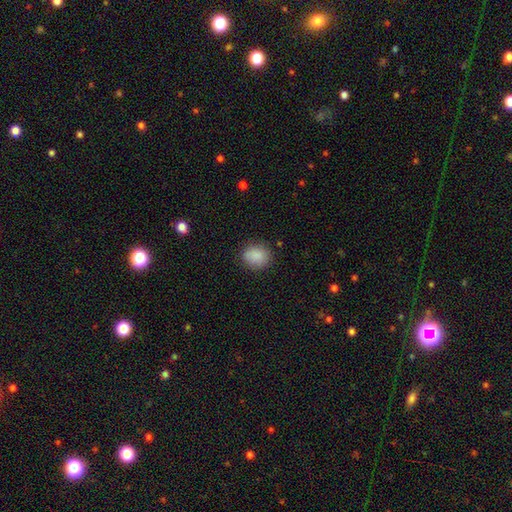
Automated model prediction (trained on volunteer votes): Smooth or featured?
  - smooth: 87% *
  - star or artifact: 9%
  - featured or disk: 4%
How rounded?
  - round: 66% *
  - in between: 33%
  - cigar-shaped: 1%
Merging?
  - none: 83% *
  - minor disturbance: 12%
  - major disturbance: 3%
  - merger: 1%